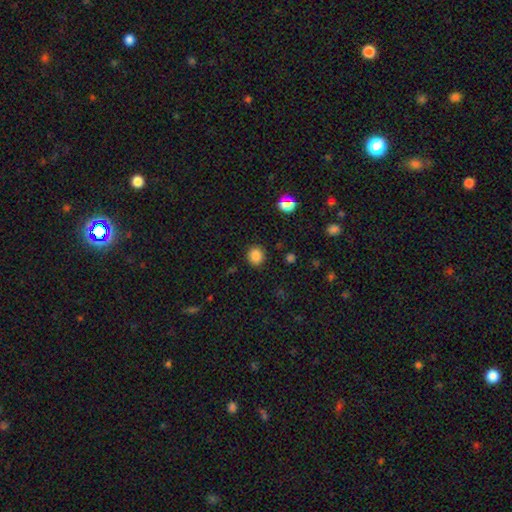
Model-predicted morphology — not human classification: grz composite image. It shows a smooth galaxy with no disk features (84%) that is round (82%). Merging: none (89%).